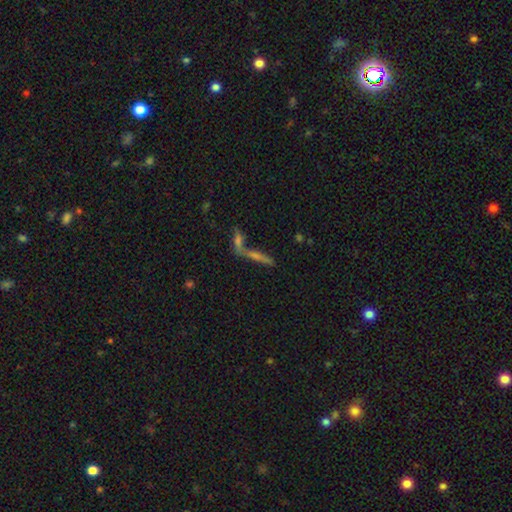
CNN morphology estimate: Smooth or featured?
  - featured or disk: 49% *
  - smooth: 34%
  - star or artifact: 18%
Merging?
  - merger: 44% *
  - none: 42%
  - minor disturbance: 8%
  - major disturbance: 5%